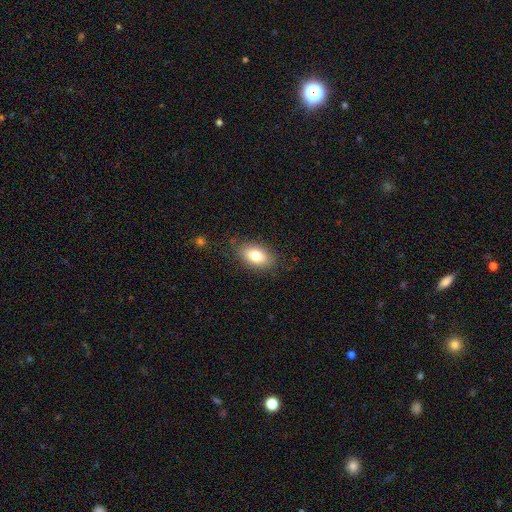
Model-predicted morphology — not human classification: Q: Smooth or featured?
A: smooth (80%); runner-up: featured or disk (12%)
Q: How rounded?
A: in between (90%); runner-up: round (8%)
Q: Merging?
A: none (81%); runner-up: minor disturbance (14%)